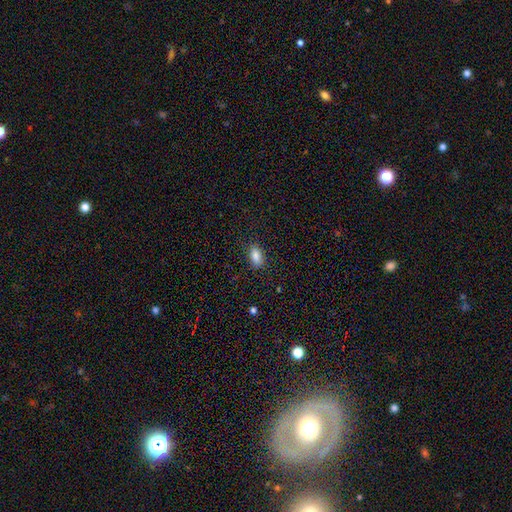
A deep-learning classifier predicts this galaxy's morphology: A smooth galaxy with no disk features (86%) that is in between round and cigar-shaped (89%). Merging: none (84%).